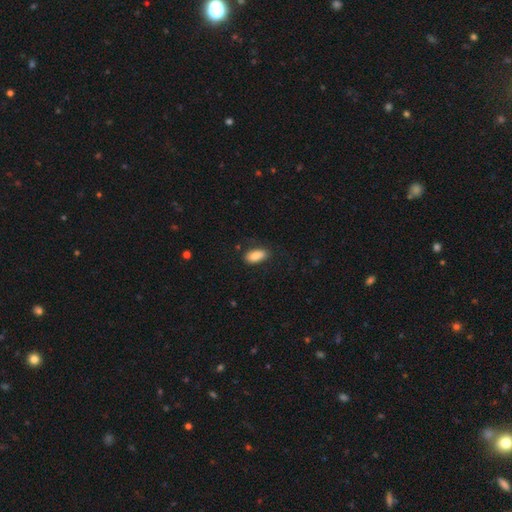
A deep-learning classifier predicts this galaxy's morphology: This appears to be a smooth galaxy with no disk features (85%) that is in between round and cigar-shaped (91%). Merging: none (78%).